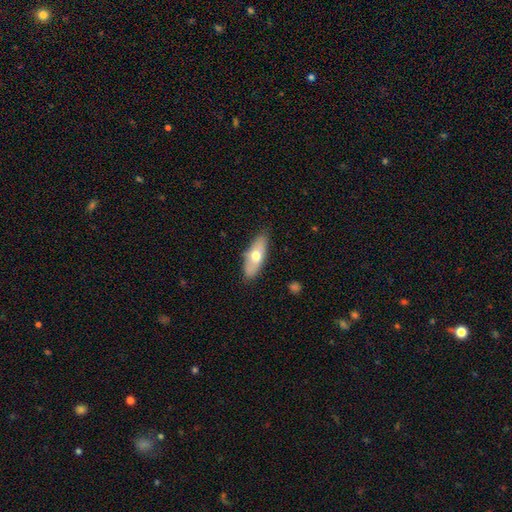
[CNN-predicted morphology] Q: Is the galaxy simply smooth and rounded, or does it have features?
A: smooth — 61%.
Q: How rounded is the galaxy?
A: in between — 71%.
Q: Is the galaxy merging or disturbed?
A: none — 82%.